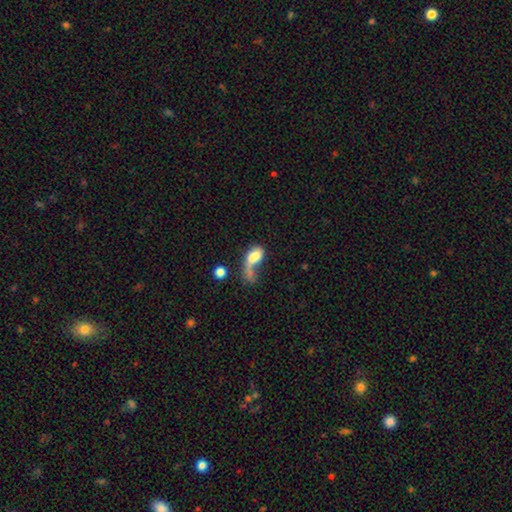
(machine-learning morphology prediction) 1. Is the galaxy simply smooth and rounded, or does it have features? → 65% smooth, 25% featured or disk, 9% star or artifact.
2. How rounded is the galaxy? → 78% in between, 15% round, 7% cigar-shaped.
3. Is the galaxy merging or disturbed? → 42% major disturbance, 28% merger, 18% none, 12% minor disturbance.